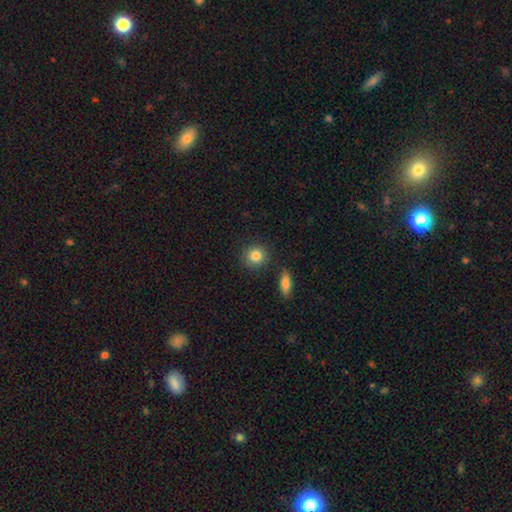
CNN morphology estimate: This is clearly a smooth galaxy (85%). How rounded: clearly round (87%). Merging: clearly none (85%).